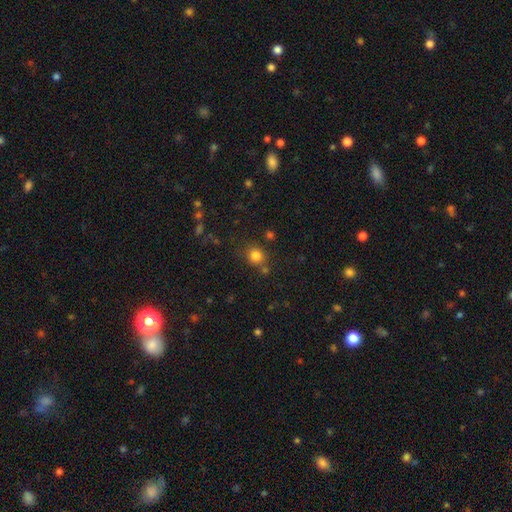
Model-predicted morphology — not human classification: A smooth galaxy with no disk features (81%) that is round (86%).

Vote fractions:
- Smooth or featured? smooth: 81% / star or artifact: 14% / featured or disk: 6%
- How rounded? round: 86% / in between: 13% / cigar-shaped: 1%
- Merging? none: 75% / minor disturbance: 11% / merger: 11% / major disturbance: 4%